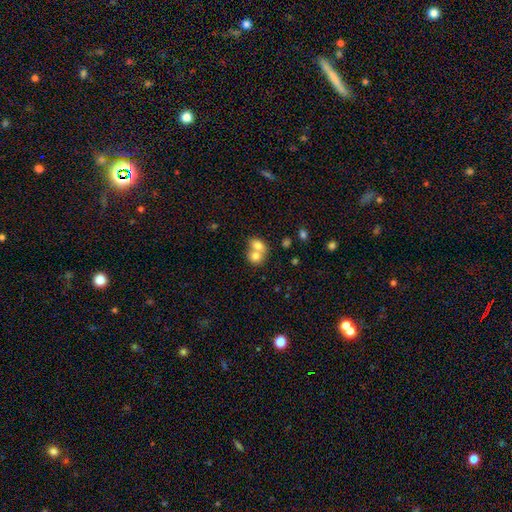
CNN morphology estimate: This appears to be a smooth galaxy with no disk features (73%) that is round (54%). Merging: merger (71%).